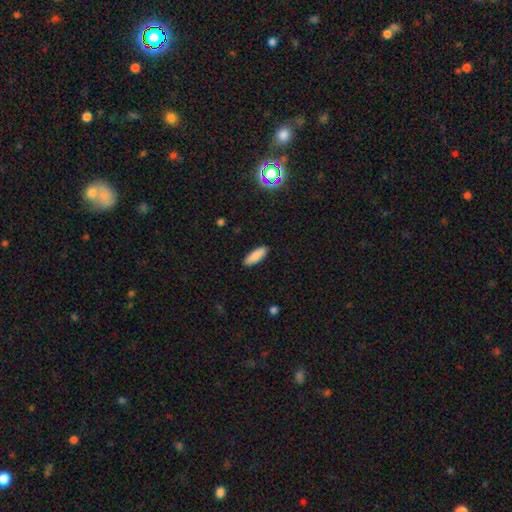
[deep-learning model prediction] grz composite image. It shows a smooth galaxy with no disk features (86%) that is in between round and cigar-shaped (63%). Merging: none (90%).